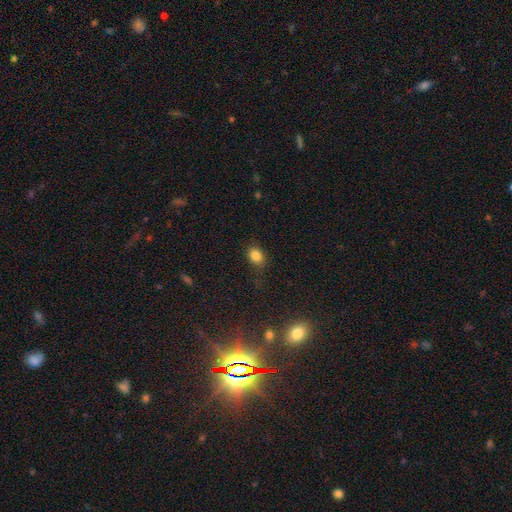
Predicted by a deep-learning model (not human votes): A smooth galaxy with no disk features (83%) that is in between round and cigar-shaped (60%).

Vote fractions:
- Smooth or featured? smooth: 83% / star or artifact: 12% / featured or disk: 5%
- How rounded? in between: 60% / round: 39% / cigar-shaped: 1%
- Merging? none: 75% / minor disturbance: 18% / major disturbance: 5% / merger: 2%